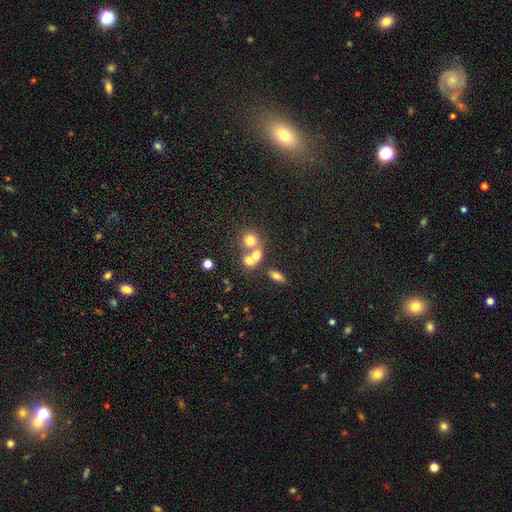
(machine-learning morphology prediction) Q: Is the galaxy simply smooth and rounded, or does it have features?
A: smooth — 66%.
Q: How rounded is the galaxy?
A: round — 71%.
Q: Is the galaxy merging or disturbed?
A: merger — 51%.